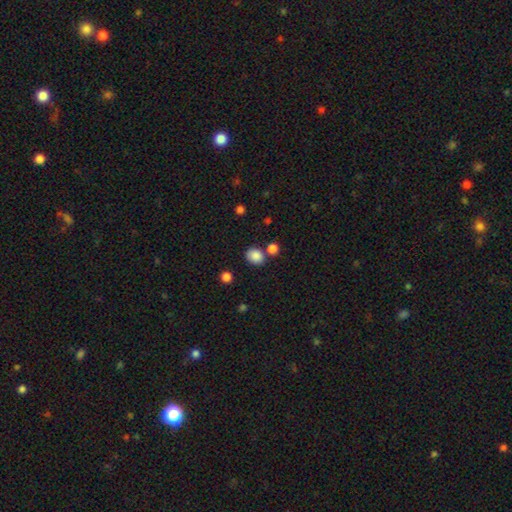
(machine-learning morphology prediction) type=smooth (86%); roundness=round (52%); merging=none (71%).